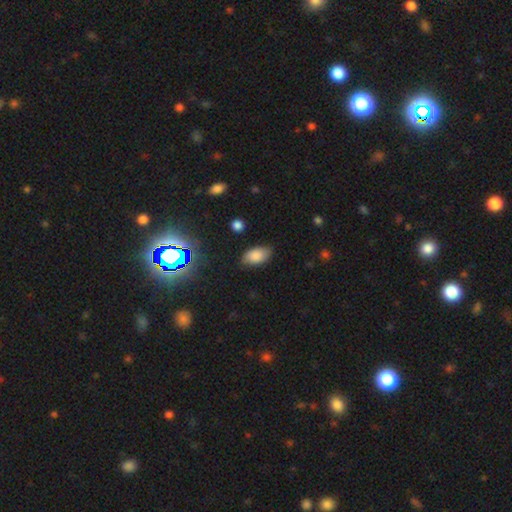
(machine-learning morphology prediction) Smooth or featured? Predicted: smooth (p=0.81). How rounded? Predicted: in between (p=0.93). Merging? Predicted: none (p=0.78).